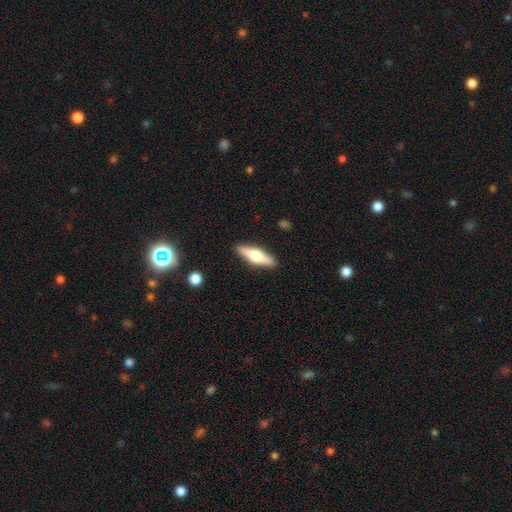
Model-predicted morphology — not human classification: A featured or disk galaxy (54%) viewed edge-on (94%) with a rounded central bulge (94%). Merging: none (90%).